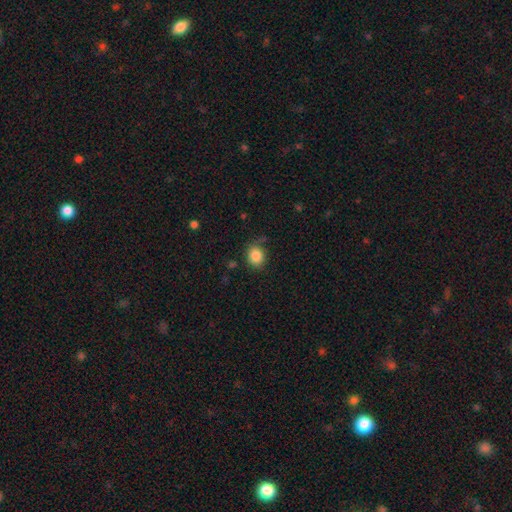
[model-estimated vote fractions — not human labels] Q: Smooth or featured?
A: smooth (86%); runner-up: star or artifact (10%)
Q: How rounded?
A: round (69%); runner-up: in between (30%)
Q: Merging?
A: none (77%); runner-up: minor disturbance (16%)